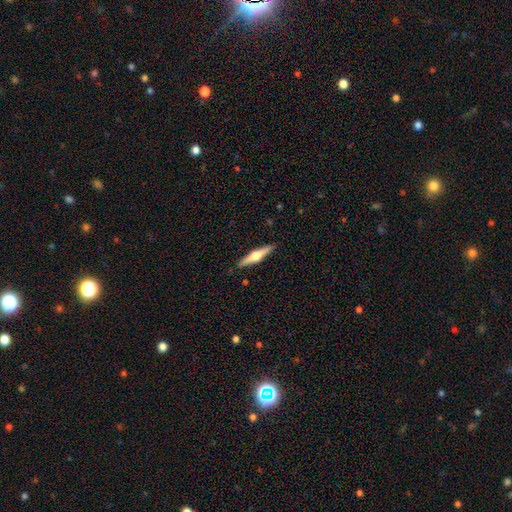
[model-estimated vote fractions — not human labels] smooth_or_featured: featured or disk (p=0.65) [alt: smooth p=0.30]
disk_edge_on: yes (p=0.97) [alt: no p=0.03]
edge_on_bulge: rounded (p=0.94) [alt: boxy p=0.04]
merging: none (p=0.90) [alt: minor disturbance p=0.07]